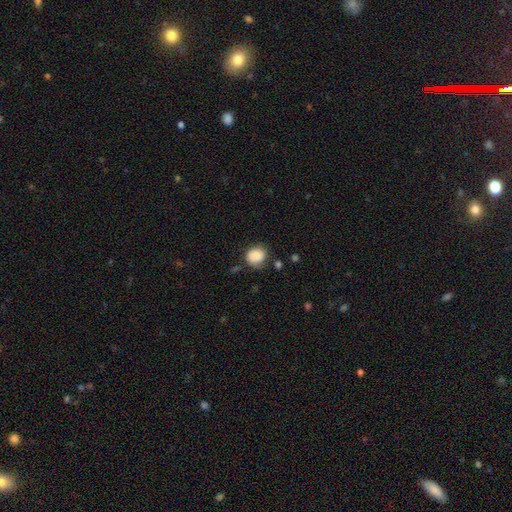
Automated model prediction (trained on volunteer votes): This appears to be a smooth galaxy with no disk features (84%) that is round (77%). Merging: none (67%).